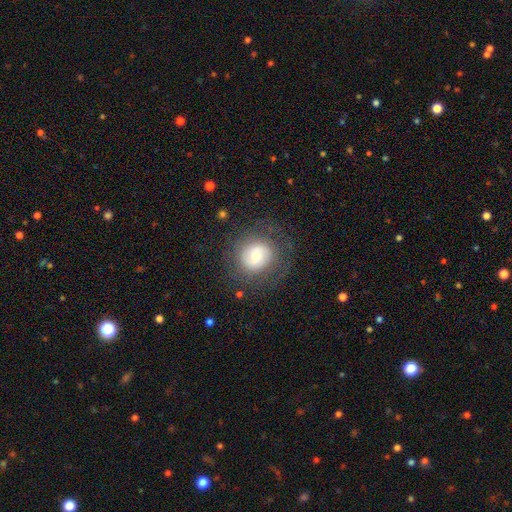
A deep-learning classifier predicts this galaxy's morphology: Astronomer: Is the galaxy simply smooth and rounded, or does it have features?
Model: smooth — 53% (runner-up: featured or disk, 37%).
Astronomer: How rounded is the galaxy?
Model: round — 85%.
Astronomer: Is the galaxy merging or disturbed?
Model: none — 72%.